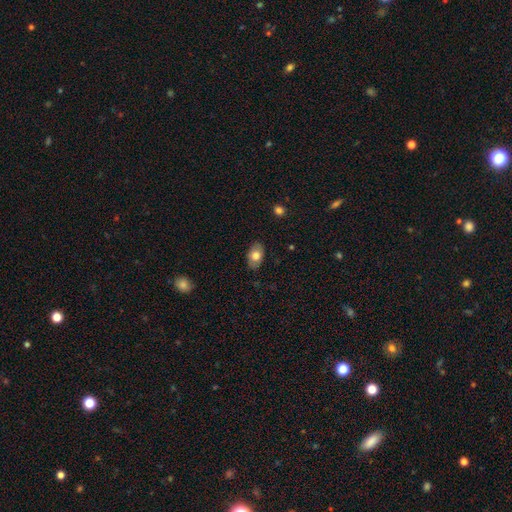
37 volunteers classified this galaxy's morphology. smooth 68%, featured or disk 27%, star or artifact 5%. Down the decision tree: how rounded — in between (96%); merging — none (80%).